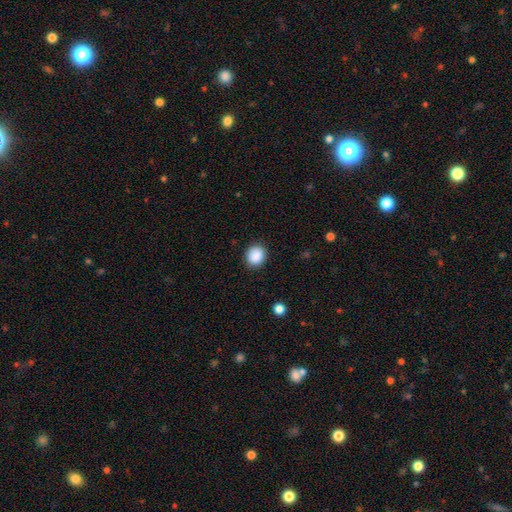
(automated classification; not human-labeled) A smooth galaxy with no disk features (89%) that is round (75%). Merging: none (89%).